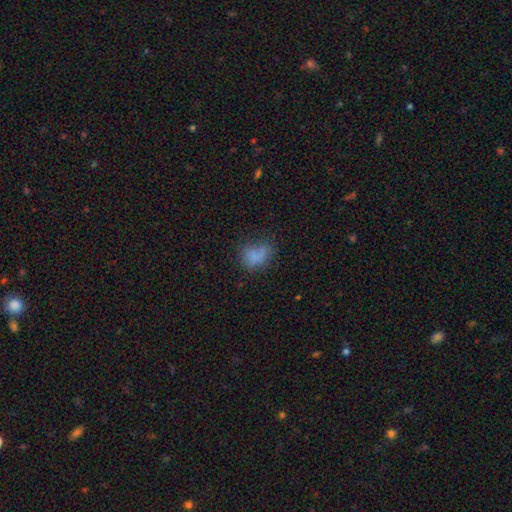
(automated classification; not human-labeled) Smooth or featured? smooth (74%)
How rounded? in between (58%)
Merging? none (48%)